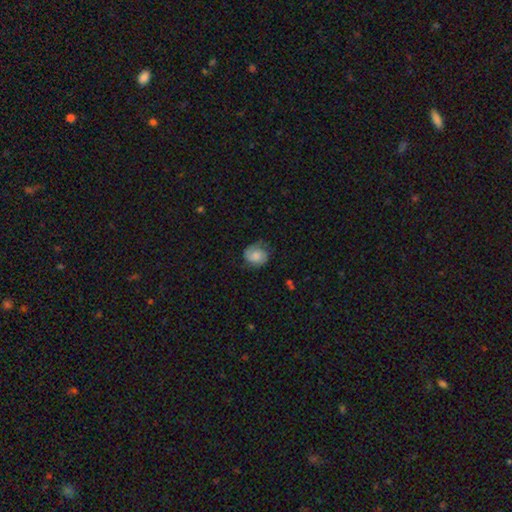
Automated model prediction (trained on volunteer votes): This is possibly a featured or disk galaxy (46%, tied with smooth). Merging: likely none (66%).